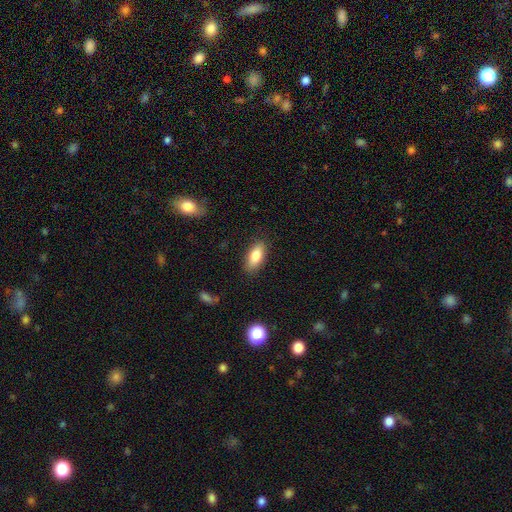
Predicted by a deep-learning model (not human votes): Q: Smooth or featured?
A: smooth (82%); runner-up: featured or disk (11%)
Q: How rounded?
A: in between (82%); runner-up: cigar-shaped (15%)
Q: Merging?
A: none (85%); runner-up: minor disturbance (11%)